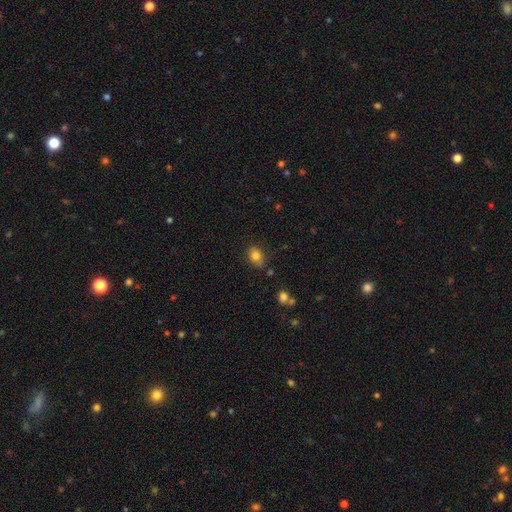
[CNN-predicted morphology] Smooth or featured: smooth — 81% (star or artifact — 11%)
How rounded: in between — 59% (round — 40%)
Merging: none — 69% (minor disturbance — 22%)